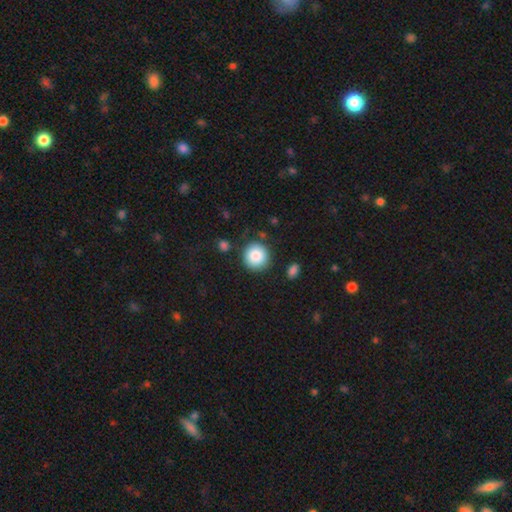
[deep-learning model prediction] smooth-or-featured: smooth: 86% | star or artifact: 8% | featured or disk: 5%
  how-rounded: round: 93% | in between: 6% | cigar-shaped: 1%
  merging: none: 85% | minor disturbance: 9% | merger: 3% | major disturbance: 3%